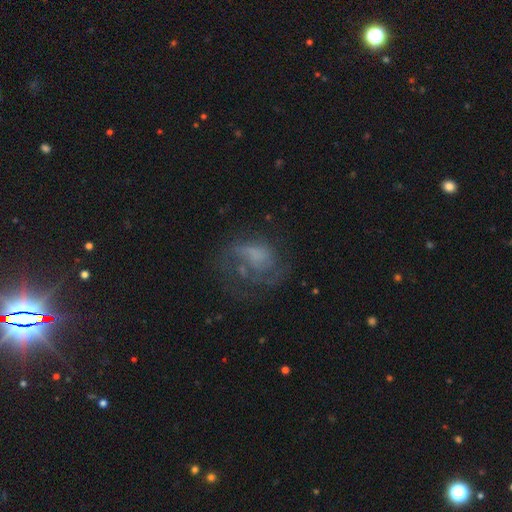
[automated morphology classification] The model was most divided on "merging": none: 43%, major disturbance: 34%, minor disturbance: 19%, merger: 4%. More confident: edge-on disk — no (98%); bar — no (77%); spiral arms — yes (66%); smooth or featured — featured or disk (61%); bulge size — none (60%).